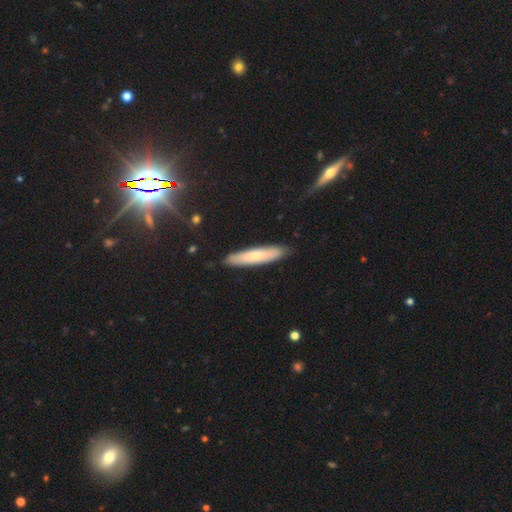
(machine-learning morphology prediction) Smooth or featured?
  - smooth: 66% *
  - featured or disk: 28%
  - star or artifact: 6%
How rounded?
  - cigar-shaped: 86% *
  - in between: 13%
  - round: 1%
Merging?
  - none: 88% *
  - minor disturbance: 9%
  - major disturbance: 2%
  - merger: 1%